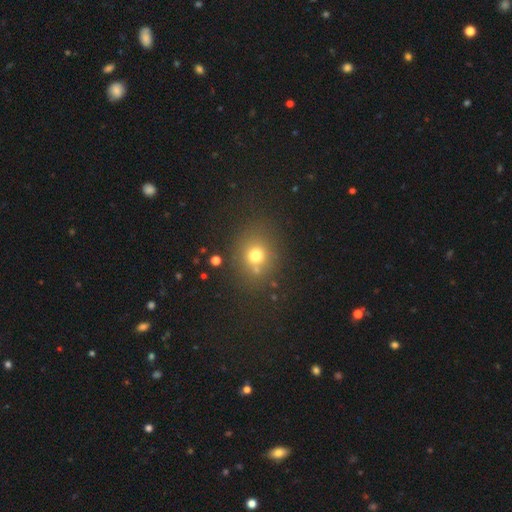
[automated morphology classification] Q: Smooth or featured?
A: smooth (70%); runner-up: star or artifact (20%)
Q: How rounded?
A: round (75%); runner-up: in between (24%)
Q: Merging?
A: none (74%); runner-up: minor disturbance (12%)